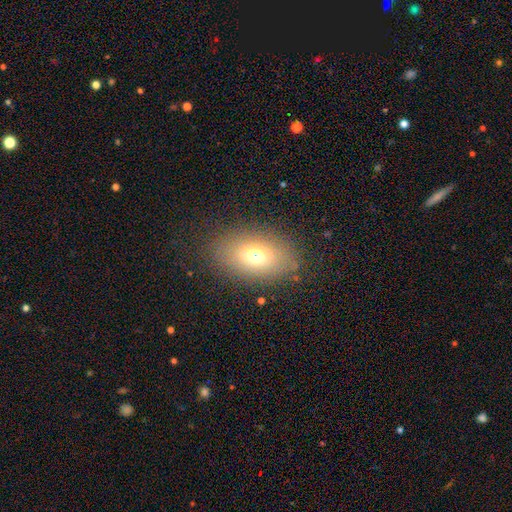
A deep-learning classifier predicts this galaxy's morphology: Smooth or featured? smooth (65%)
How rounded? in between (83%)
Merging? none (80%)